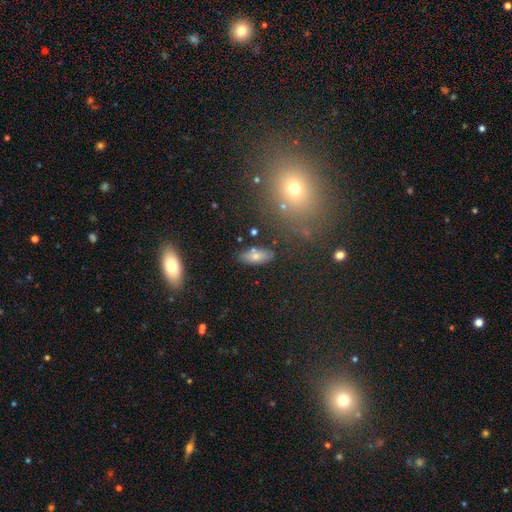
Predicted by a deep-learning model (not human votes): Smooth or featured: smooth — 71% (featured or disk — 17%)
How rounded: in between — 82% (cigar-shaped — 14%)
Merging: none — 78% (minor disturbance — 13%)